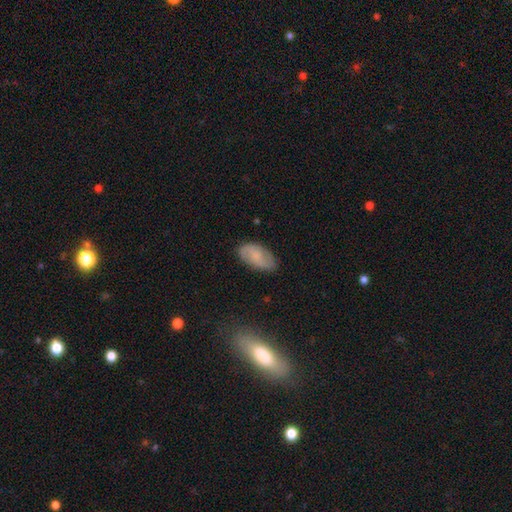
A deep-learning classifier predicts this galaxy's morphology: This is possibly a smooth galaxy (48%). Merging: likely none (79%).